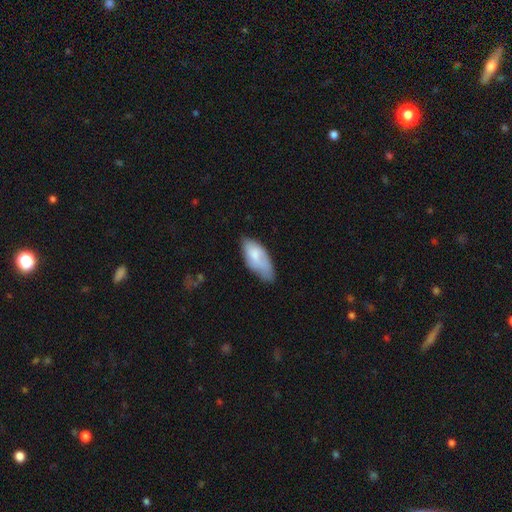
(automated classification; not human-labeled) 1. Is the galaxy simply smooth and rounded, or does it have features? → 75% smooth, 19% featured or disk, 6% star or artifact.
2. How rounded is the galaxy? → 87% in between, 12% cigar-shaped, 2% round.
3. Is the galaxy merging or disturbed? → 47% none, 39% minor disturbance, 11% major disturbance, 3% merger.